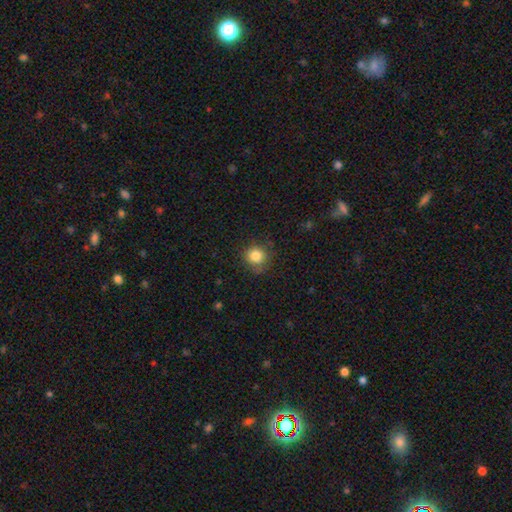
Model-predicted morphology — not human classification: Smooth or featured: smooth — 83% (star or artifact — 11%)
How rounded: round — 90% (in between — 9%)
Merging: none — 79% (minor disturbance — 15%)